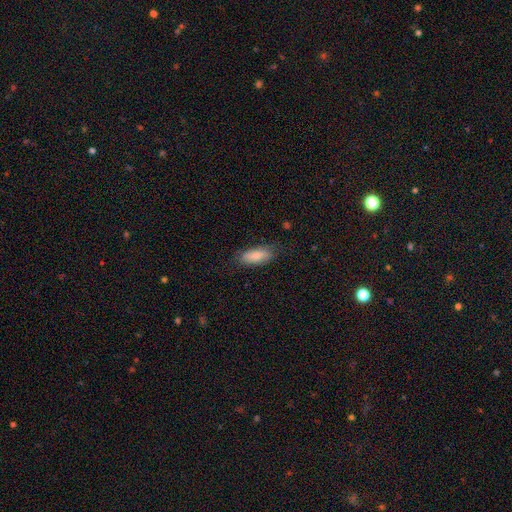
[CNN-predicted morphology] A smooth galaxy with no disk features (80%) that is in between round and cigar-shaped (81%).

Vote fractions:
- Smooth or featured? smooth: 80% / featured or disk: 13% / star or artifact: 6%
- How rounded? in between: 81% / cigar-shaped: 16% / round: 2%
- Merging? none: 75% / minor disturbance: 19% / major disturbance: 5% / merger: 1%